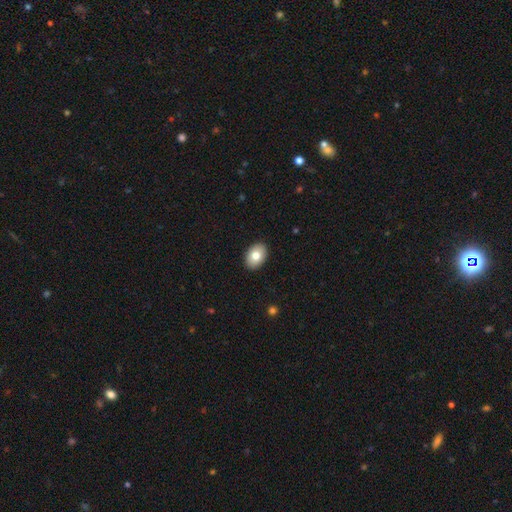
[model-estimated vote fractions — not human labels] Smooth or featured: smooth — 80% (featured or disk — 13%)
How rounded: in between — 84% (round — 15%)
Merging: none — 91% (minor disturbance — 7%)